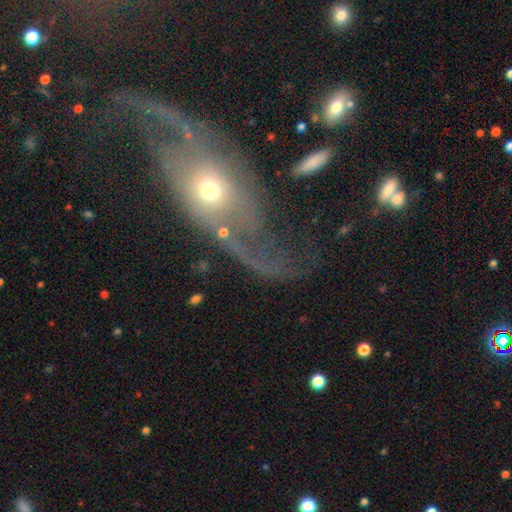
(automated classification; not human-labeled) Smooth or featured: featured or disk — 74% (smooth — 16%)
Edge-on disk: no — 90% (yes — 10%)
Bar: no — 73% (weak — 18%)
Spiral arms: yes — 80% (no — 20%)
Spiral winding: loose — 71% (medium — 20%)
Spiral arm count: 2 — 81% (can't tell — 8%)
Bulge size: moderate — 51% (small — 40%)
Merging: none — 46% (major disturbance — 30%)